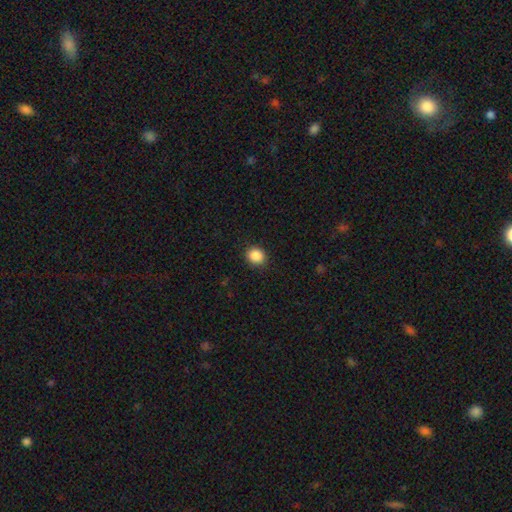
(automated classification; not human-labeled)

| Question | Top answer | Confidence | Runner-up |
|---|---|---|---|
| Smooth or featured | smooth | 88% | star or artifact (9%) |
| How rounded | round | 77% | in between (22%) |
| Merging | none | 88% | minor disturbance (8%) |